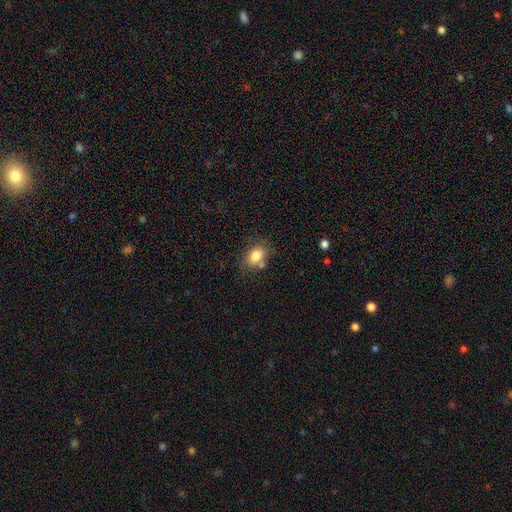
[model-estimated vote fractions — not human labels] Overall: smooth (81%). How rounded: in between (72%). Merging: none (62%).